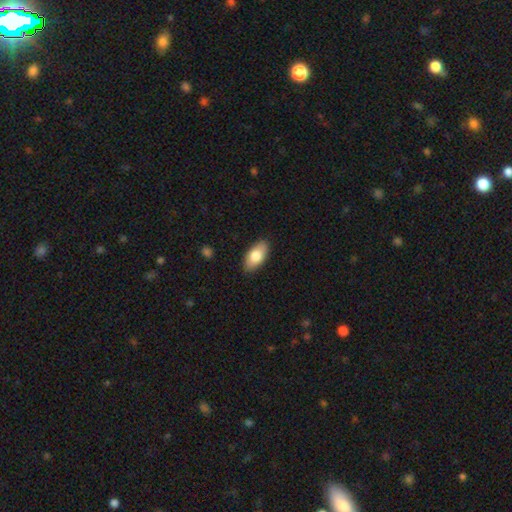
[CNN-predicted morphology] smooth 80%, featured or disk 14%, star or artifact 6%. Down the decision tree: how rounded — in between (92%); merging — none (89%).